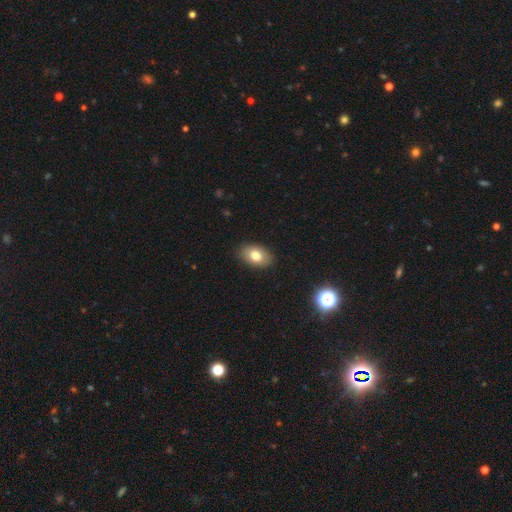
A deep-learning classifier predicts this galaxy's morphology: Smooth or featured? Predicted: smooth (p=0.79). How rounded? Predicted: in between (p=0.89). Merging? Predicted: none (p=0.87).